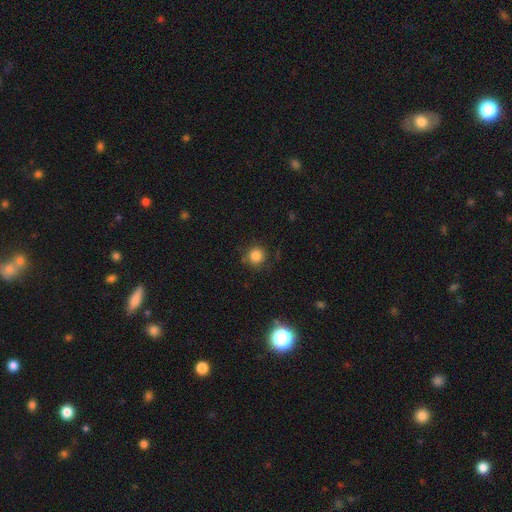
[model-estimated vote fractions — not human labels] A smooth galaxy with no disk features (83%) that is round (93%).

Vote fractions:
- Smooth or featured? smooth: 83% / star or artifact: 12% / featured or disk: 5%
- How rounded? round: 93% / in between: 6% / cigar-shaped: 1%
- Merging? none: 84% / minor disturbance: 11% / major disturbance: 3% / merger: 2%